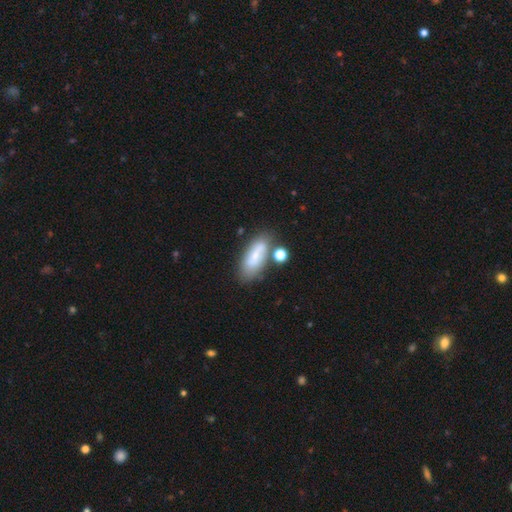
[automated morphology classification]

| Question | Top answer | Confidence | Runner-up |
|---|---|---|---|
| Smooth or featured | smooth | 59% | featured or disk (32%) |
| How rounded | in between | 75% | cigar-shaped (21%) |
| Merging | none | 61% | minor disturbance (18%) |